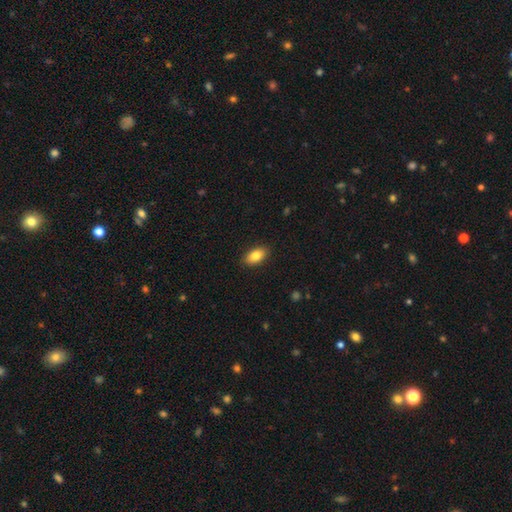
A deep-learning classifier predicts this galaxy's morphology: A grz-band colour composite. It shows a smooth galaxy with no disk features (83%) that is in between round and cigar-shaped (91%). Merging: none (89%).